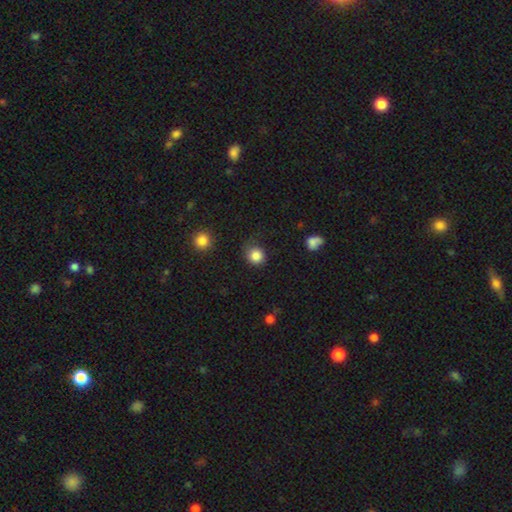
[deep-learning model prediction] Smooth or featured: smooth — 84% (star or artifact — 11%)
How rounded: round — 85% (in between — 14%)
Merging: none — 72% (minor disturbance — 19%)